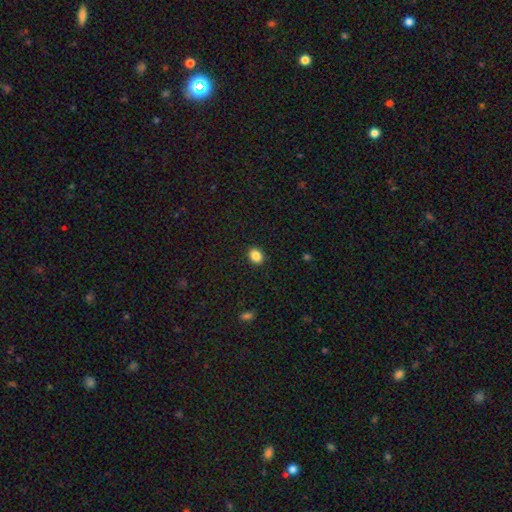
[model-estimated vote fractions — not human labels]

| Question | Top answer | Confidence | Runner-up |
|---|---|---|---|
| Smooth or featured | smooth | 87% | star or artifact (9%) |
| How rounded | in between | 57% | round (42%) |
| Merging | none | 91% | minor disturbance (6%) |